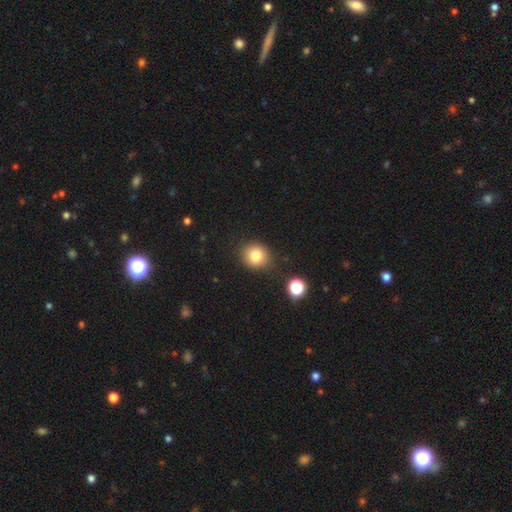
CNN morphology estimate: A smooth galaxy with no disk features (81%) that is round (81%). Merging: none (84%).